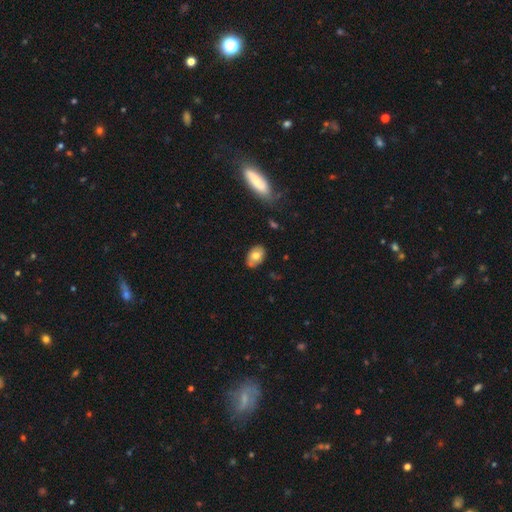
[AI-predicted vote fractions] Smooth or featured: smooth — 71% (featured or disk — 21%)
How rounded: in between — 87% (round — 12%)
Merging: none — 75% (minor disturbance — 19%)